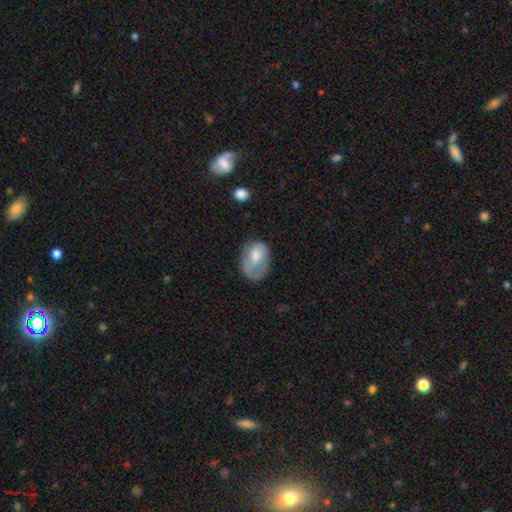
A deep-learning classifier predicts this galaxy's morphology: smooth 54%, featured or disk 38%, star or artifact 8%. Down the decision tree: how rounded — in between (80%); merging — none (47%).